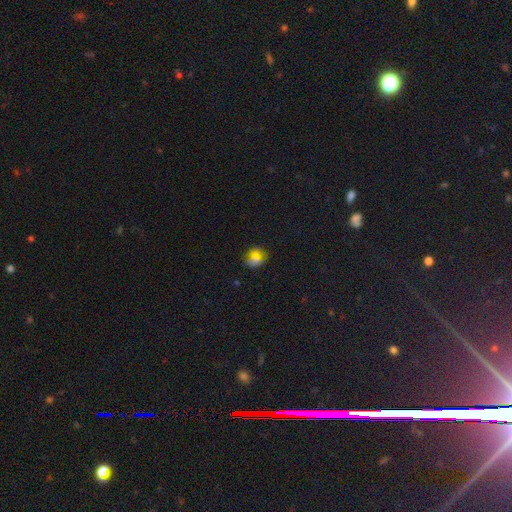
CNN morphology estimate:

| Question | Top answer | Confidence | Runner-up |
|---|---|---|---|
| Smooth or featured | smooth | 62% | star or artifact (21%) |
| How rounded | round | 77% | in between (21%) |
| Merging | none | 76% | minor disturbance (17%) |